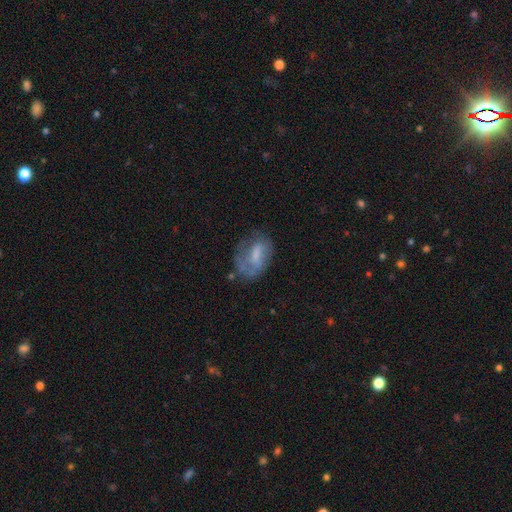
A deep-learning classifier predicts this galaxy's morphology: type=smooth (49%); merging=none (47%).